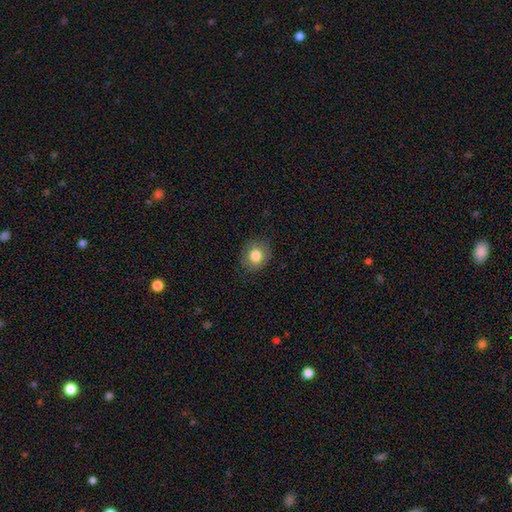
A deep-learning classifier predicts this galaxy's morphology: smooth_or_featured: smooth (p=0.81) [alt: featured or disk p=0.10]
how_rounded: round (p=0.72) [alt: in between p=0.27]
merging: none (p=0.85) [alt: minor disturbance p=0.11]